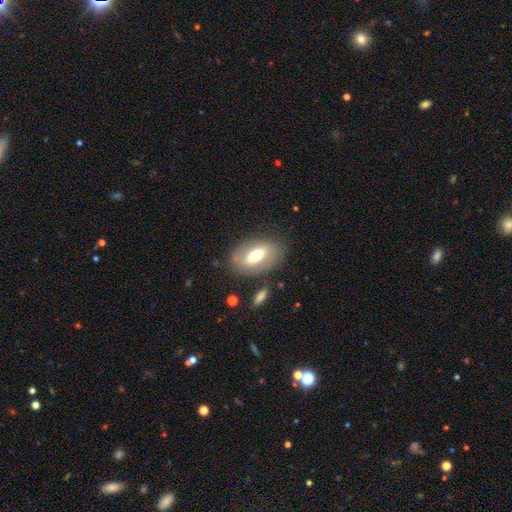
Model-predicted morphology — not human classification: Smooth or featured: smooth — 56% (featured or disk — 36%)
How rounded: in between — 88% (round — 8%)
Merging: none — 76% (minor disturbance — 14%)